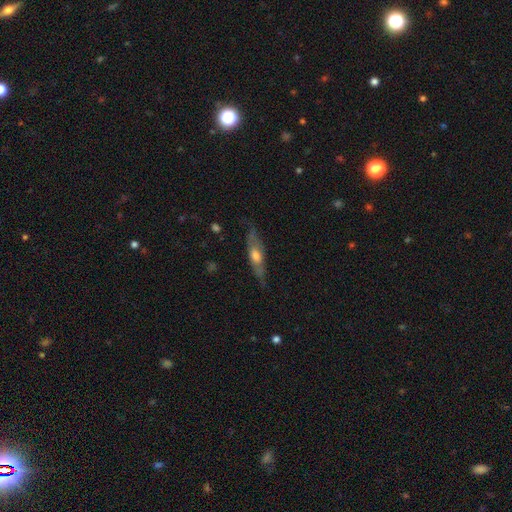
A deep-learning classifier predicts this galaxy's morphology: Smooth or featured?
  - featured or disk: 54% *
  - smooth: 40%
  - star or artifact: 6%
Edge-on disk?
  - yes: 66% *
  - no: 34%
Merging?
  - none: 68% *
  - minor disturbance: 22%
  - major disturbance: 8%
  - merger: 2%